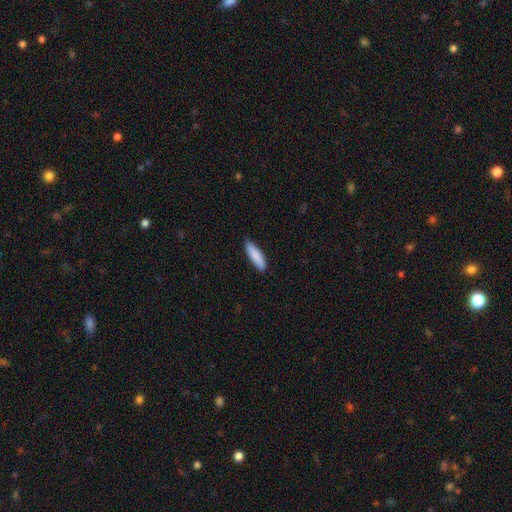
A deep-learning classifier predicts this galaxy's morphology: A smooth galaxy with no disk features (89%) that is cigar-shaped (64%). Merging: none (88%).